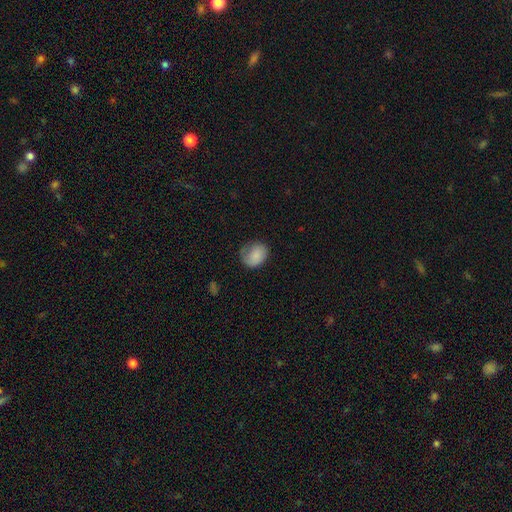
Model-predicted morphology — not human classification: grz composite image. It shows a smooth galaxy with no disk features (75%) that is round (55%). Merging: none (50%).